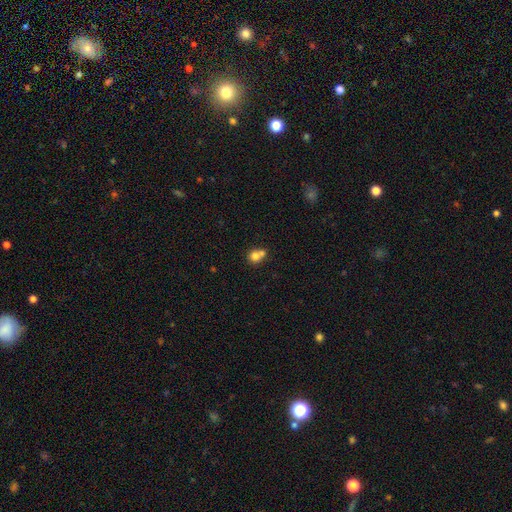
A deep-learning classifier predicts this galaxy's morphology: Smooth or featured? Predicted: smooth (p=0.76). How rounded? Predicted: round (p=0.78). Merging? Predicted: merger (p=0.57).